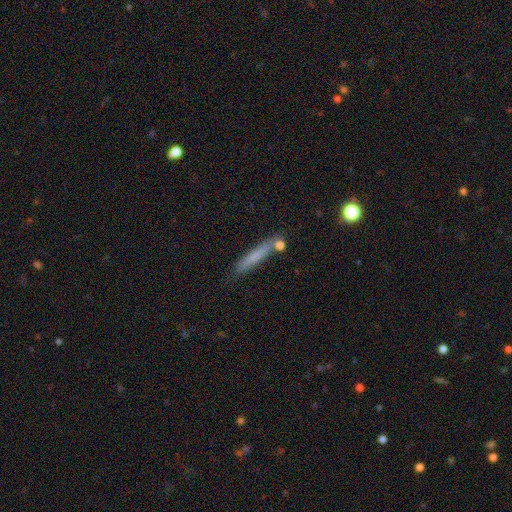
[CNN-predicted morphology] smooth_or_featured: smooth (p=0.67) [alt: featured or disk p=0.24]
how_rounded: cigar-shaped (p=0.93) [alt: in between p=0.05]
merging: none (p=0.75) [alt: minor disturbance p=0.14]